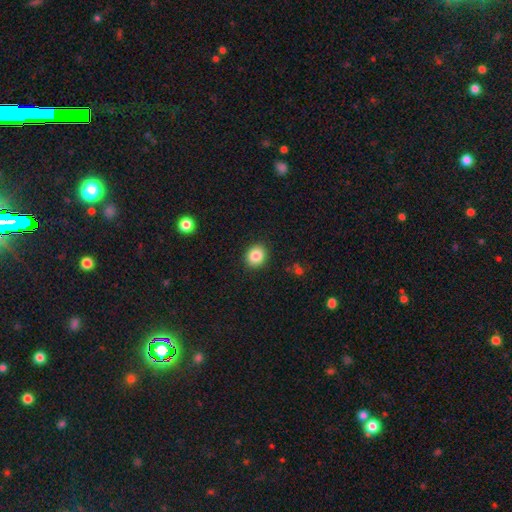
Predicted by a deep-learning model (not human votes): Smooth or featured: smooth — 85% (star or artifact — 10%)
How rounded: round — 74% (in between — 25%)
Merging: none — 91% (minor disturbance — 6%)